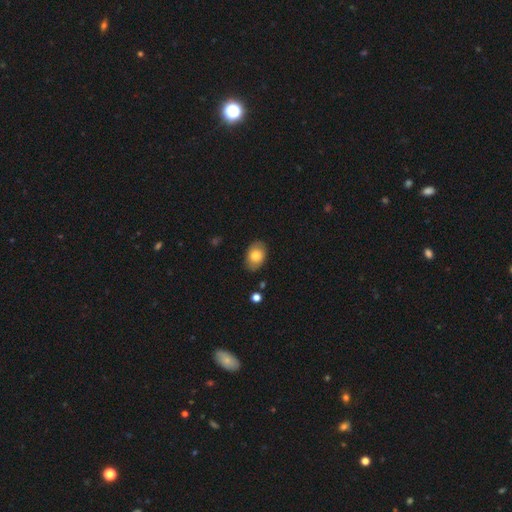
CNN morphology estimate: Smooth or featured?
  - smooth: 79% *
  - featured or disk: 14%
  - star or artifact: 7%
How rounded?
  - in between: 83% *
  - round: 16%
  - cigar-shaped: 1%
Merging?
  - none: 84% *
  - minor disturbance: 12%
  - major disturbance: 3%
  - merger: 1%